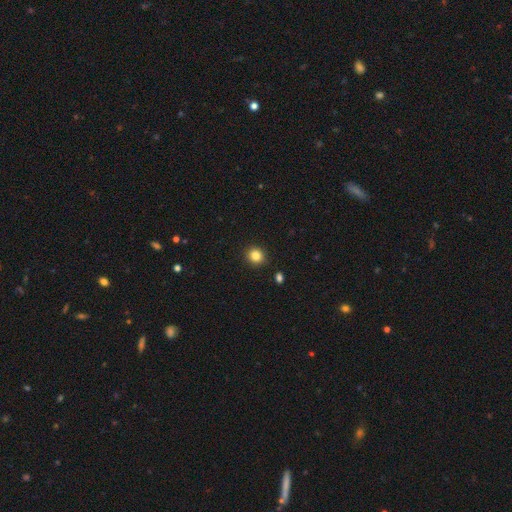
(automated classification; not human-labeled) smooth_or_featured: smooth (p=0.84) [alt: star or artifact p=0.11]
how_rounded: round (p=0.86) [alt: in between p=0.13]
merging: none (p=0.92) [alt: minor disturbance p=0.05]